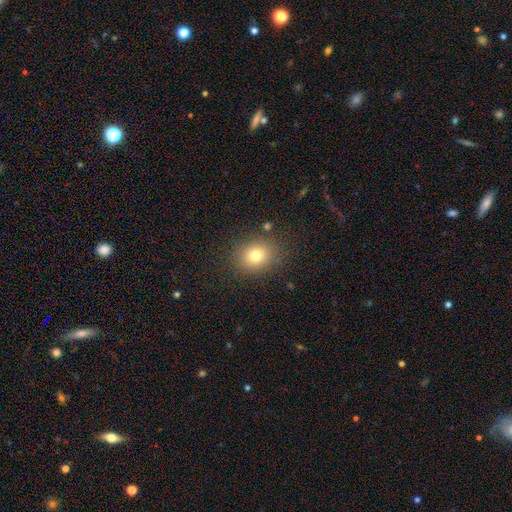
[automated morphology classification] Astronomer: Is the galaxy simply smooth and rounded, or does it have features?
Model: smooth — 76%.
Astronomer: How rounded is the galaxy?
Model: round — 64%.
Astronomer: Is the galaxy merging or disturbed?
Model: none — 83%.